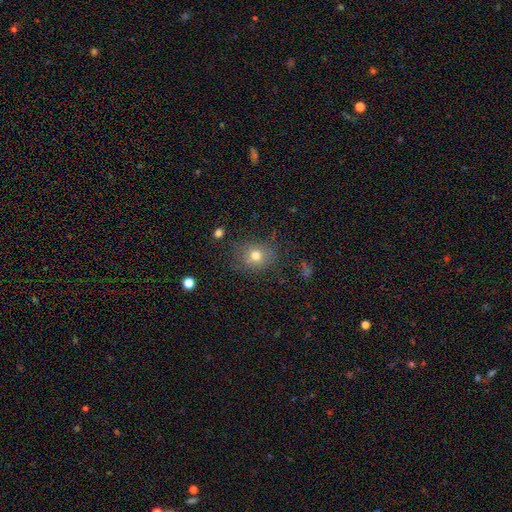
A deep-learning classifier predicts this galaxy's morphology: Smooth or featured? smooth (74%)
How rounded? round (72%)
Merging? none (76%)